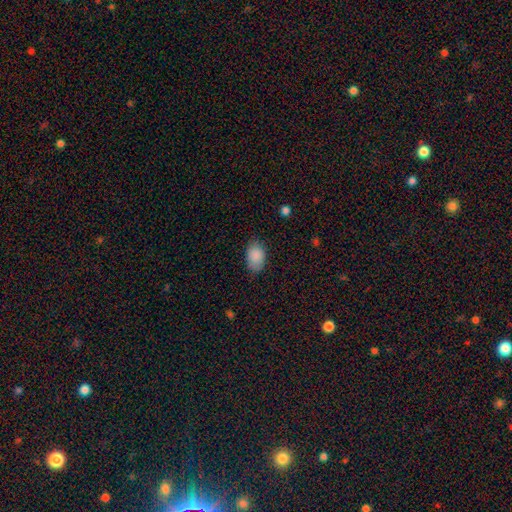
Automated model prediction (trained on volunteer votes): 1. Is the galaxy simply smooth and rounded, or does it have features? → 88% smooth, 7% star or artifact, 5% featured or disk.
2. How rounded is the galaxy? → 89% in between, 10% round, 1% cigar-shaped.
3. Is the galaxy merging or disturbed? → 77% none, 19% minor disturbance, 4% major disturbance, 1% merger.